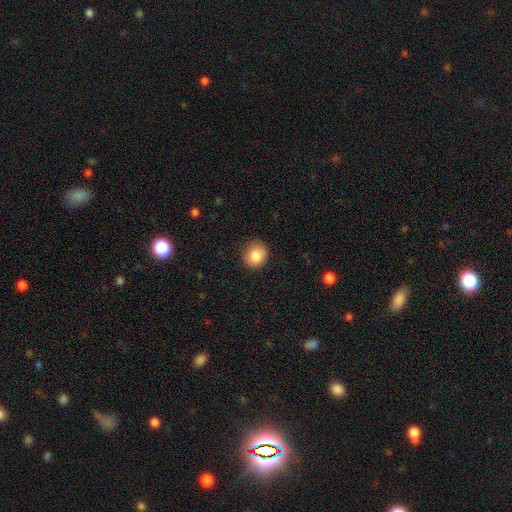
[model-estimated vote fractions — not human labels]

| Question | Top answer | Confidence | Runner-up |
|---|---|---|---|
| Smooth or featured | smooth | 84% | star or artifact (9%) |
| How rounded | round | 81% | in between (18%) |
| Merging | none | 85% | minor disturbance (11%) |